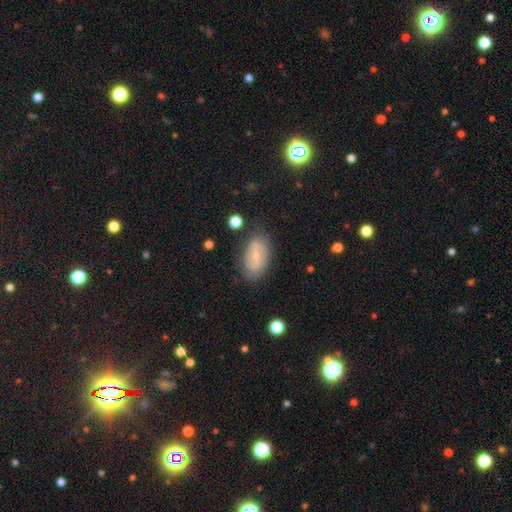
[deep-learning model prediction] The model was most divided on "bar": weak: 43%, no: 41%, strong: 17%. More confident: edge-on disk — no (94%); merging — none (76%); bulge size — small (66%); spiral arms — yes (65%); smooth or featured — featured or disk (54%).